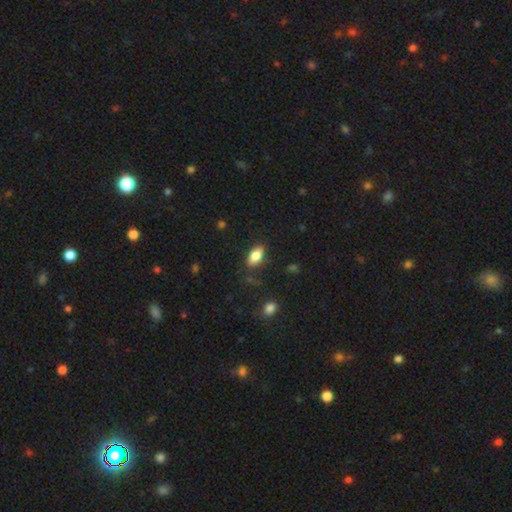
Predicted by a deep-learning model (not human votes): Morphology: type=smooth (83%); roundness=in between (90%); merging=none (81%).